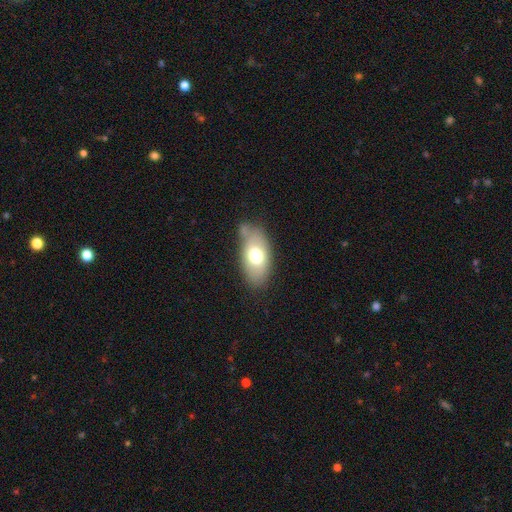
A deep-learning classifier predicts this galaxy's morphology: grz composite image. It shows a smooth galaxy with no disk features (68%) that is in between round and cigar-shaped (91%). Merging: none (66%).